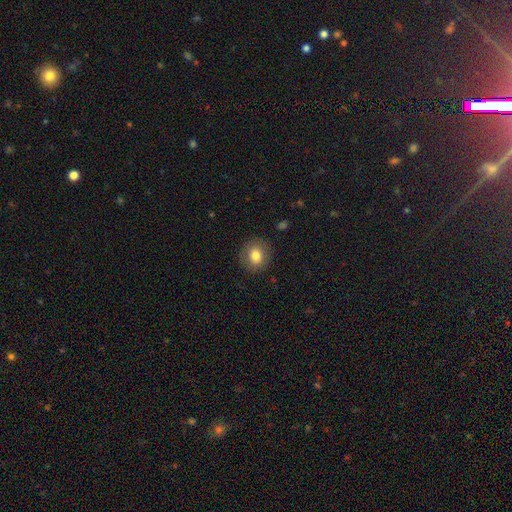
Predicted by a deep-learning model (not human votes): Morphology: type=smooth (79%); roundness=round (79%); merging=none (86%).